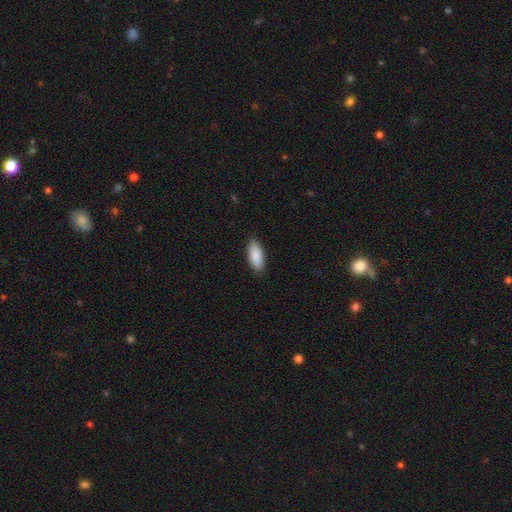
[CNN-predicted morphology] type=smooth (89%); roundness=in between (83%); merging=none (88%).